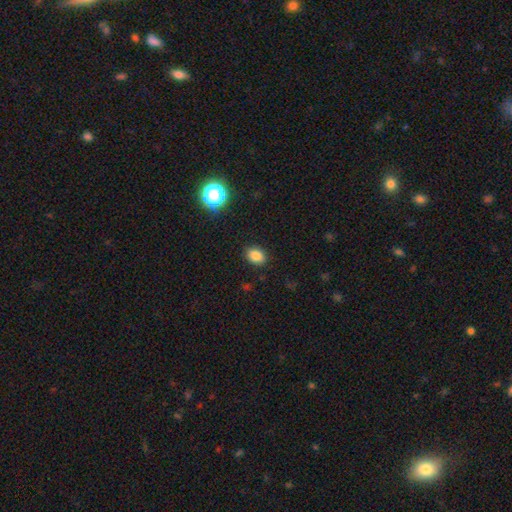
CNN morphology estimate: A smooth galaxy with no disk features (84%) that is in between round and cigar-shaped (66%).

Vote fractions:
- Smooth or featured? smooth: 84% / star or artifact: 11% / featured or disk: 4%
- How rounded? in between: 66% / round: 33% / cigar-shaped: 1%
- Merging? none: 88% / minor disturbance: 9% / major disturbance: 3% / merger: 1%